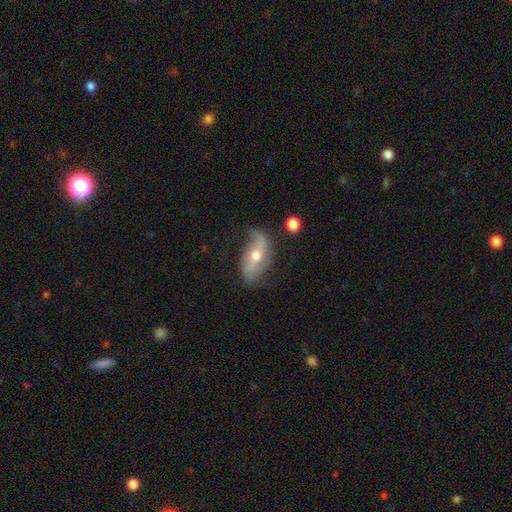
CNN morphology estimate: The model was most divided on "bar": no: 48%, weak: 30%, strong: 22%. More confident: edge-on disk — no (88%); spiral arms — yes (86%); spiral arm count — 2 (81%); spiral winding — loose (75%); smooth or featured — featured or disk (72%); bulge size — moderate (70%); merging — none (60%).